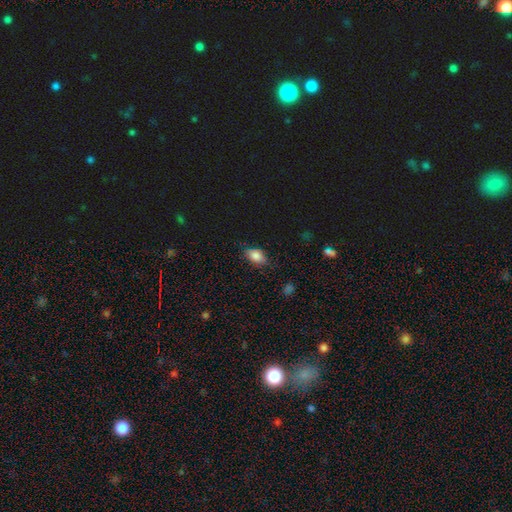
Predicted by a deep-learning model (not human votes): A smooth galaxy with no disk features (82%) that is in between round and cigar-shaped (85%). Merging: none (74%).